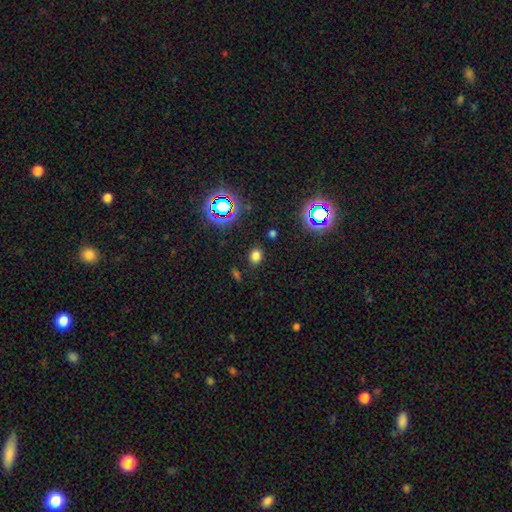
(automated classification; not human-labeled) Overall: smooth (72%). How rounded: round (58%; in between 41%). Merging: none (85%).